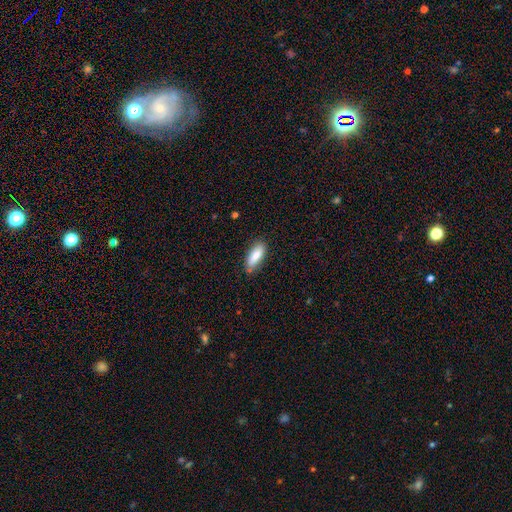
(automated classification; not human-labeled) A smooth galaxy with no disk features (81%) that is in between round and cigar-shaped (74%). Merging: none (80%).